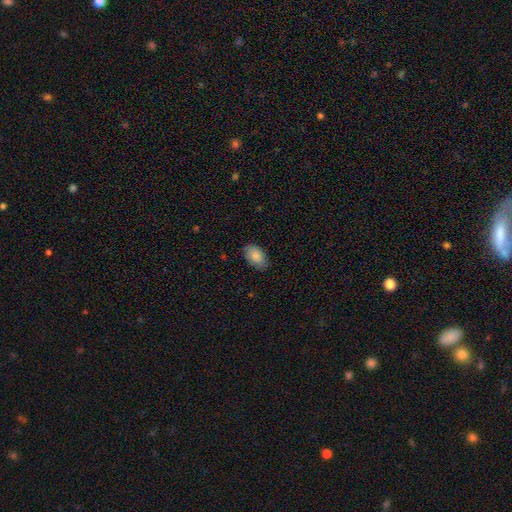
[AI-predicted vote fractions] smooth_or_featured: smooth (p=0.87) [alt: featured or disk p=0.07]
how_rounded: in between (p=0.93) [alt: round p=0.06]
merging: none (p=0.84) [alt: minor disturbance p=0.12]